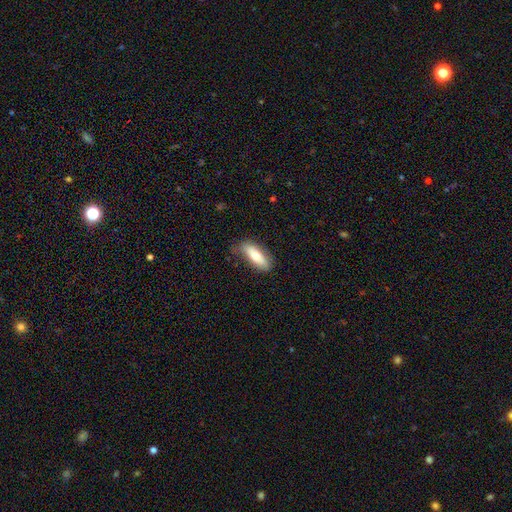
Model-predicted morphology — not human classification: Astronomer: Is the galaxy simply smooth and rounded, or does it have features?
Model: smooth — 69%.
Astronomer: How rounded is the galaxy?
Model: in between — 66%.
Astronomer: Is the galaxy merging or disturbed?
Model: none — 72%.